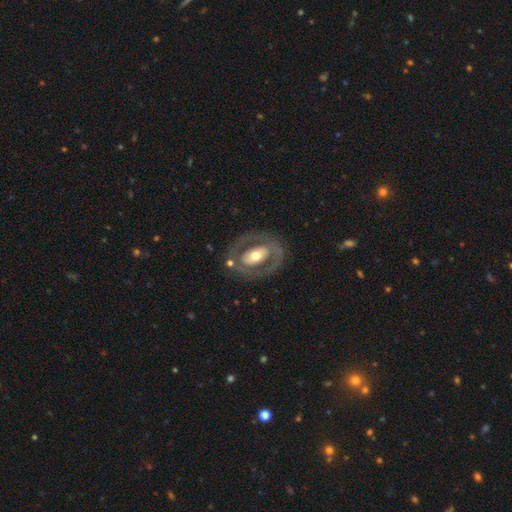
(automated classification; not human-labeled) Morphology: type=featured or disk (65%); edge-on=no (93%); bar=no (53%); spiral arms=no (70%); bulge=moderate (65%); merging=none (73%).